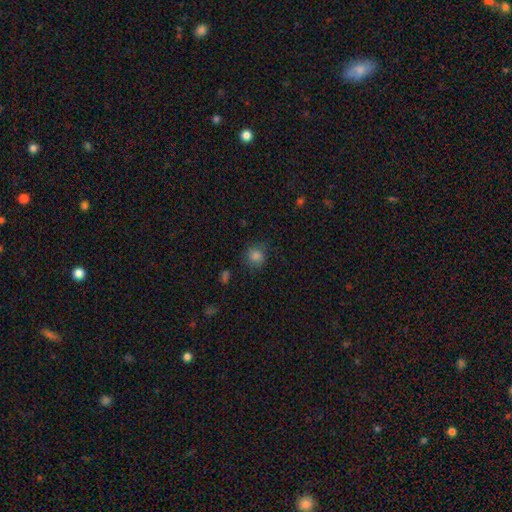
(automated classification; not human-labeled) smooth-or-featured: smooth: 82% | star or artifact: 12% | featured or disk: 6%
  how-rounded: round: 86% | in between: 13% | cigar-shaped: 1%
  merging: none: 77% | minor disturbance: 16% | major disturbance: 5% | merger: 2%